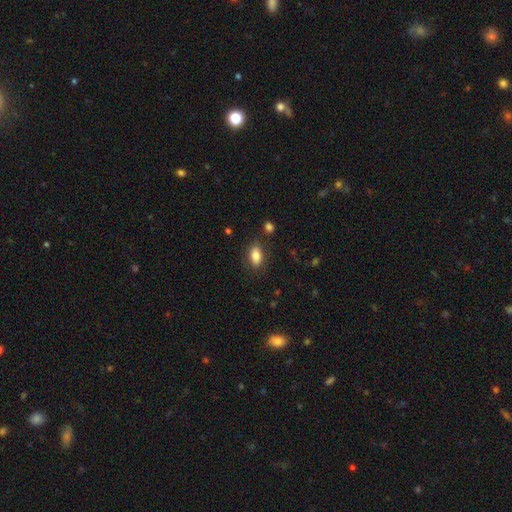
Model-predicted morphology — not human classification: A smooth galaxy with no disk features (83%) that is in between round and cigar-shaped (89%). Merging: none (82%).